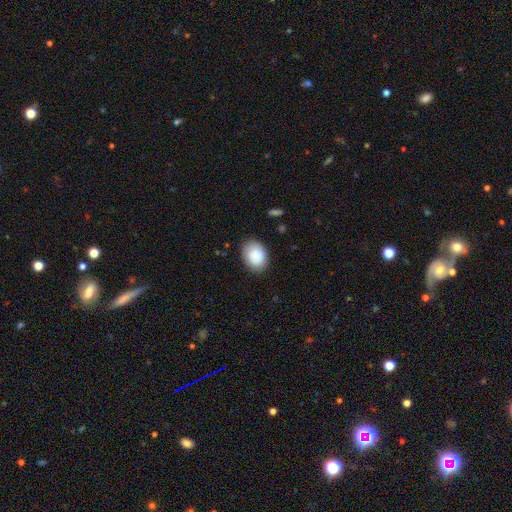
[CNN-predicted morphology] This is clearly a smooth galaxy (88%). How rounded: likely in between (72%). Merging: clearly none (82%).